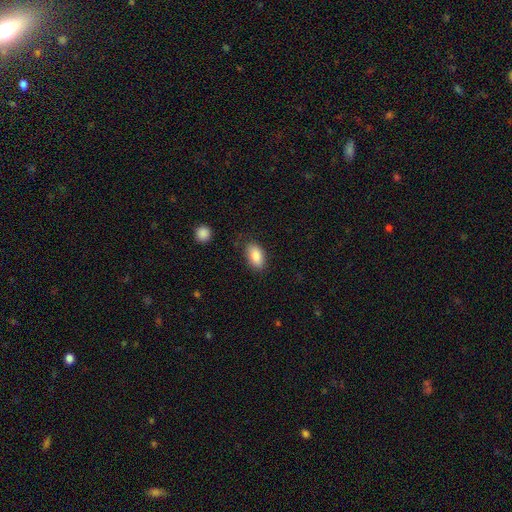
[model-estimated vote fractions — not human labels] Smooth or featured?
  - smooth: 86% *
  - featured or disk: 7%
  - star or artifact: 7%
How rounded?
  - in between: 92% *
  - round: 5%
  - cigar-shaped: 3%
Merging?
  - none: 81% *
  - minor disturbance: 14%
  - major disturbance: 4%
  - merger: 2%